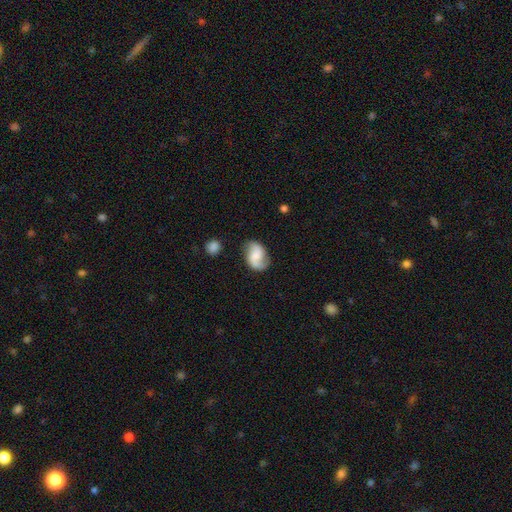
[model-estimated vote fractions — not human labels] A featured or disk galaxy (68%) with no bar (49%), 2 (88%) loose (54%) spiral arms (95%) and no central bulge (33%). Merging: none (72%).